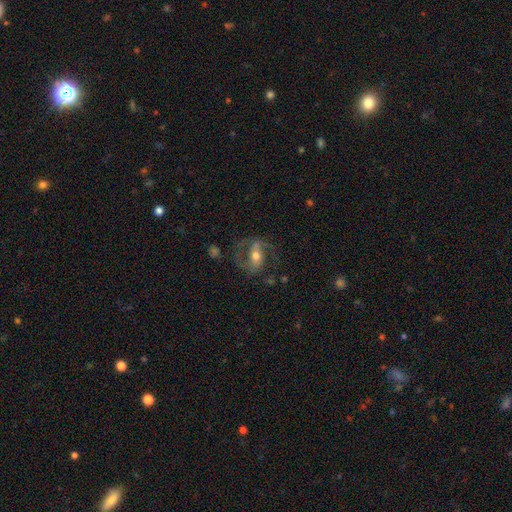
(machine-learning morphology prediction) This is clearly a featured or disk galaxy (82%). It is clearly not viewed edge-on (95%). Bar: marginally strong (40%). Spiral arm pattern: clearly yes (92%). Spiral arm count: clearly 2 (88%). Spiral winding: possibly medium (54%). Central bulge: likely moderate (62%). Merging: likely none (68%).